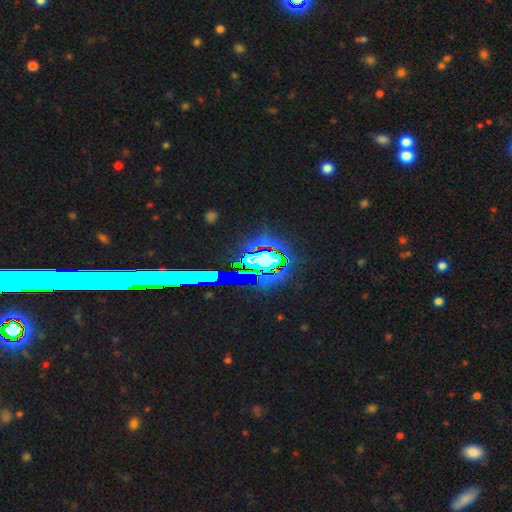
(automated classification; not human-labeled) This appears to be a star or artifact, not a galaxy (79%).